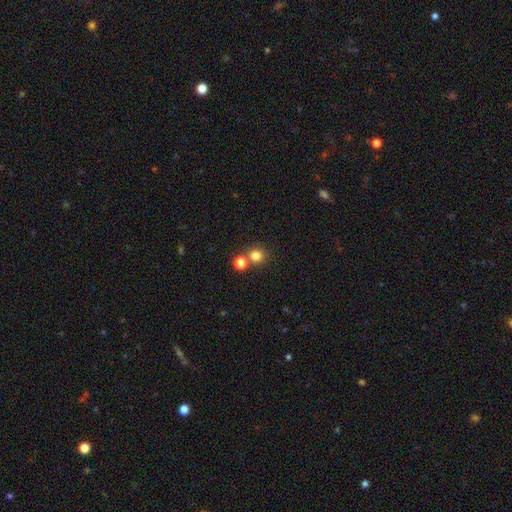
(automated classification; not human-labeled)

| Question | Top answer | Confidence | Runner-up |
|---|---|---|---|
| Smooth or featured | smooth | 79% | star or artifact (15%) |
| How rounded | round | 90% | in between (9%) |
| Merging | none | 65% | merger (26%) |